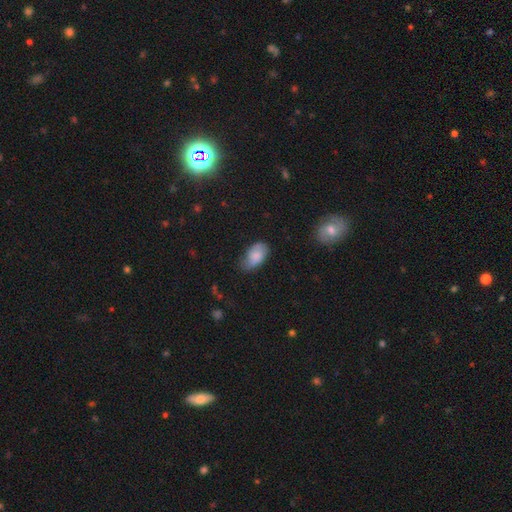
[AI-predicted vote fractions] This is likely a smooth galaxy (78%). How rounded: clearly in between (93%). Merging: likely none (62%).